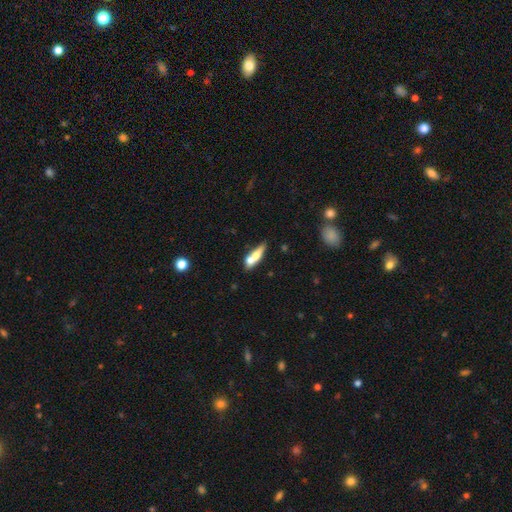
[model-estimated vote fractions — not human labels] The model was most divided on "merging": none: 41%, merger: 39%, minor disturbance: 14%, major disturbance: 6%. More confident: how rounded — cigar-shaped (62%); smooth or featured — smooth (55%).